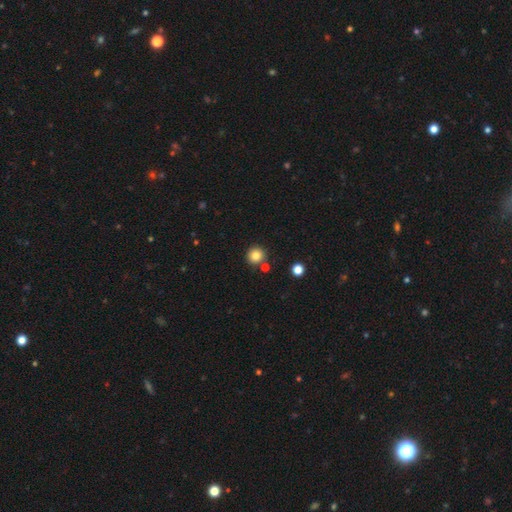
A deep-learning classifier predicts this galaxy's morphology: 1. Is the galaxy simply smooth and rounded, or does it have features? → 83% smooth, 11% star or artifact, 6% featured or disk.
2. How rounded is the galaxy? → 94% round, 5% in between, 1% cigar-shaped.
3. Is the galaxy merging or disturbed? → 82% none, 9% merger, 7% minor disturbance, 2% major disturbance.